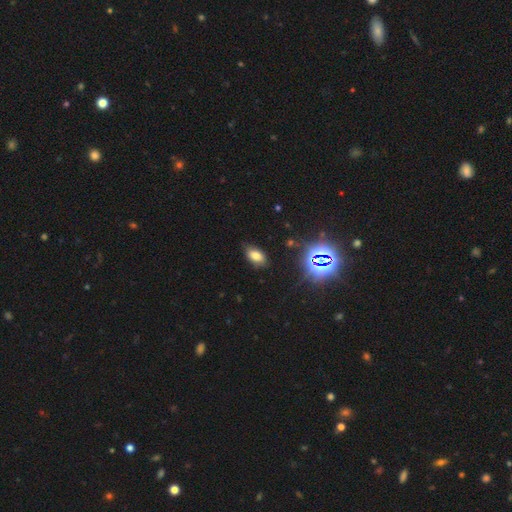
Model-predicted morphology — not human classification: The model was most divided on "smooth or featured": smooth: 70%, star or artifact: 21%, featured or disk: 9%. More confident: how rounded — in between (90%); merging — none (80%).